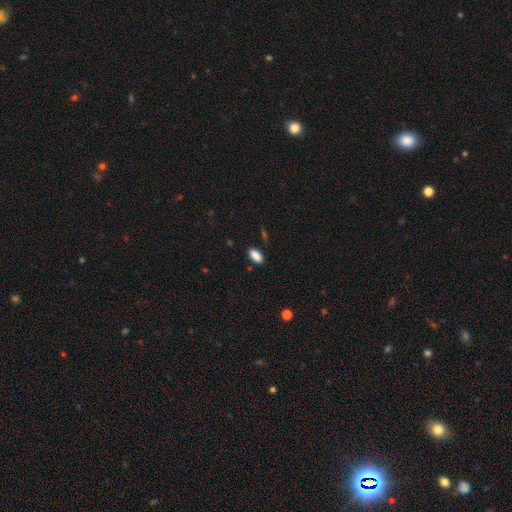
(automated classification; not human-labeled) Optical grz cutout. It shows a smooth galaxy with no disk features (88%) that is in between round and cigar-shaped (91%). Merging: none (85%).